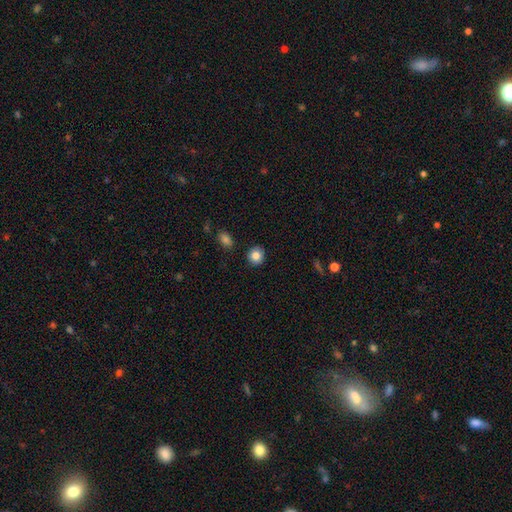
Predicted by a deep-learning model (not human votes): Smooth or featured?
  - smooth: 84% *
  - star or artifact: 9%
  - featured or disk: 7%
How rounded?
  - round: 86% *
  - in between: 13%
  - cigar-shaped: 1%
Merging?
  - none: 90% *
  - minor disturbance: 7%
  - merger: 2%
  - major disturbance: 2%